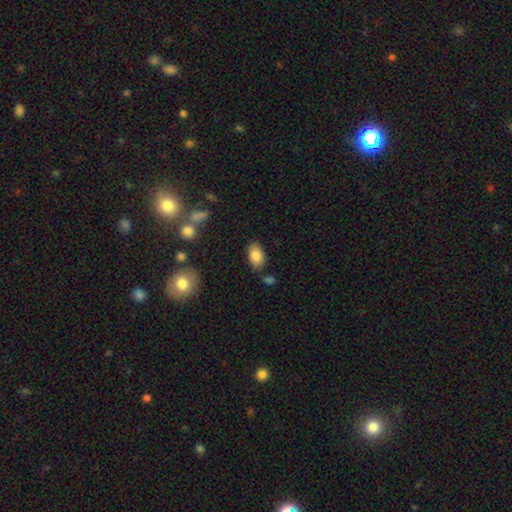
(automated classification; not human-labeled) The model was most divided on "merging": none: 80%, minor disturbance: 13%, merger: 4%, major disturbance: 3%. More confident: how rounded — in between (90%); smooth or featured — smooth (85%).